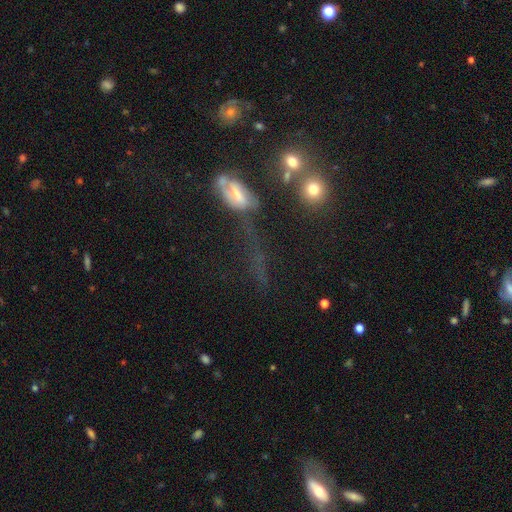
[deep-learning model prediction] Smooth or featured?
  - star or artifact: 38% *
  - smooth: 34%
  - featured or disk: 28%